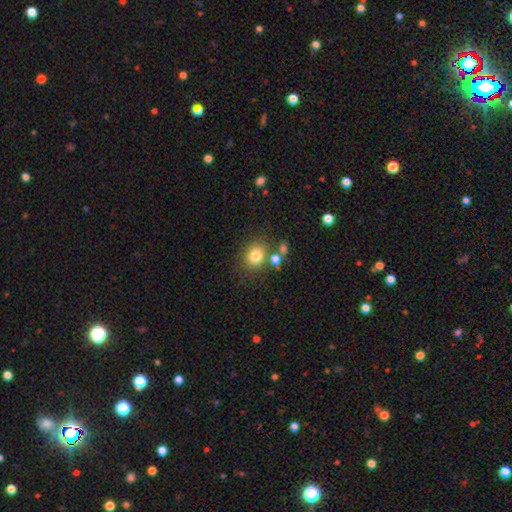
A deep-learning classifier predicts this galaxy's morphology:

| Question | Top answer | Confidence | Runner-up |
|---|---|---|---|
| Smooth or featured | smooth | 79% | star or artifact (12%) |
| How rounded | round | 69% | in between (30%) |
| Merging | none | 70% | merger (14%) |